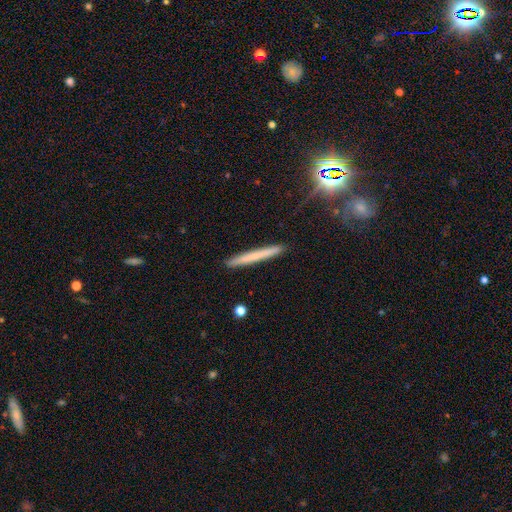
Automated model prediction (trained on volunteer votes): Smooth or featured? smooth (61%)
How rounded? cigar-shaped (97%)
Merging? none (91%)